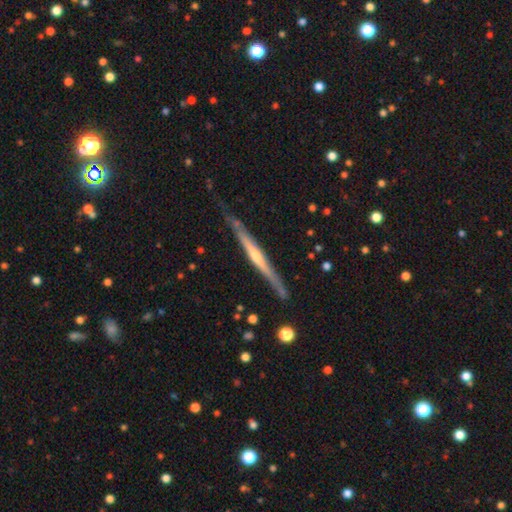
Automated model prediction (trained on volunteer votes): smooth_or_featured: featured or disk (p=0.78) [alt: smooth p=0.16]
disk_edge_on: yes (p=0.97) [alt: no p=0.03]
edge_on_bulge: rounded (p=0.64) [alt: none p=0.29]
merging: none (p=0.79) [alt: minor disturbance p=0.17]